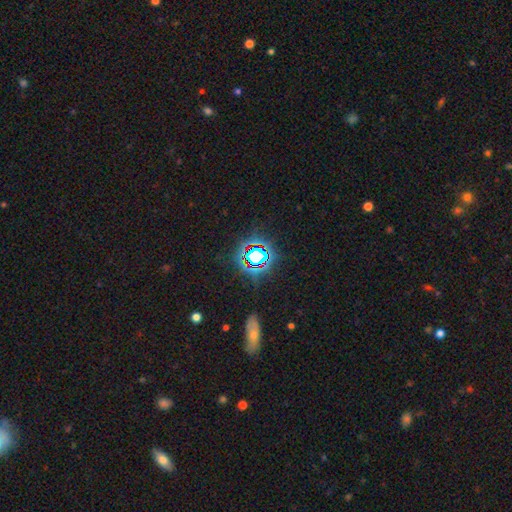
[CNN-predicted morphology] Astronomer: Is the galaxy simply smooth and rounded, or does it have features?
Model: star or artifact — 73%.